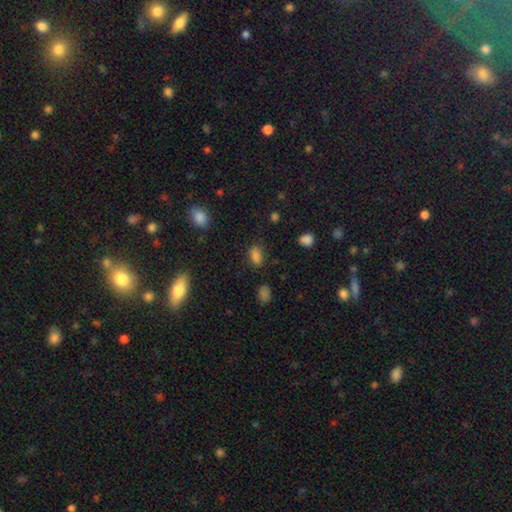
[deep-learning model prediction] This appears to be a smooth galaxy with no disk features (82%) that is in between round and cigar-shaped (88%). Merging: none (77%).